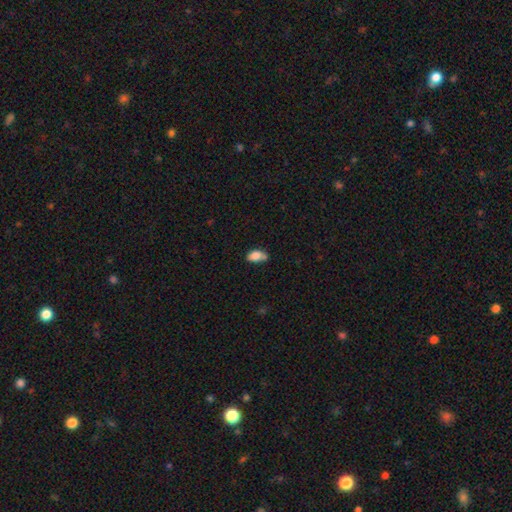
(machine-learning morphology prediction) smooth 83%, featured or disk 9%, star or artifact 9%. Down the decision tree: how rounded — in between (89%); merging — none (49%).